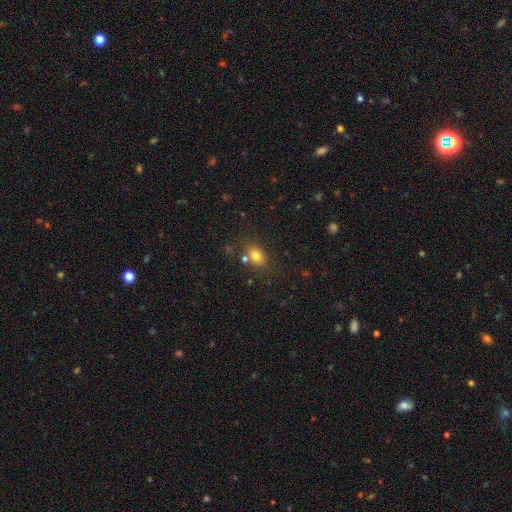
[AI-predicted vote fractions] This appears to be a smooth galaxy with no disk features (78%) that is in between round and cigar-shaped (67%). Merging: none (67%).